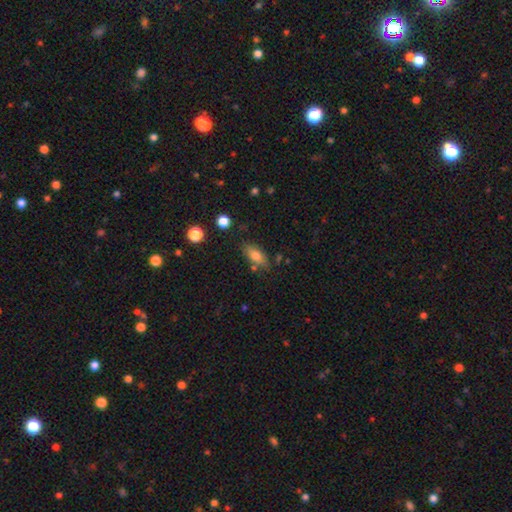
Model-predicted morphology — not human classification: A smooth galaxy with no disk features (76%) that is in between round and cigar-shaped (82%).

Vote fractions:
- Smooth or featured? smooth: 76% / featured or disk: 15% / star or artifact: 9%
- How rounded? in between: 82% / cigar-shaped: 13% / round: 5%
- Merging? none: 74% / minor disturbance: 16% / merger: 6% / major disturbance: 4%